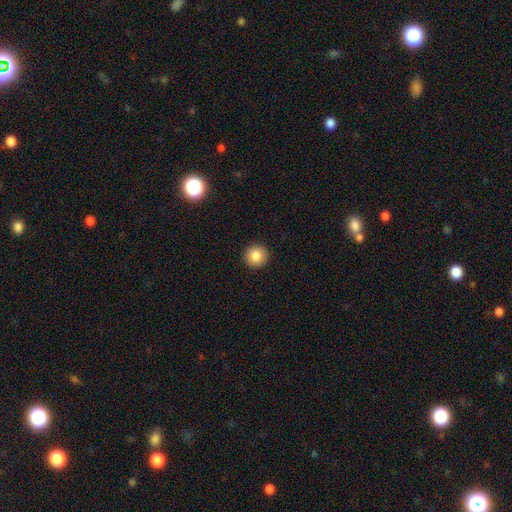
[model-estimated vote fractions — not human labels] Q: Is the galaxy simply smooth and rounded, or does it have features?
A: smooth — 85%.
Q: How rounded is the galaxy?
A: round — 95%.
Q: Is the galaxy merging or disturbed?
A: none — 93%.